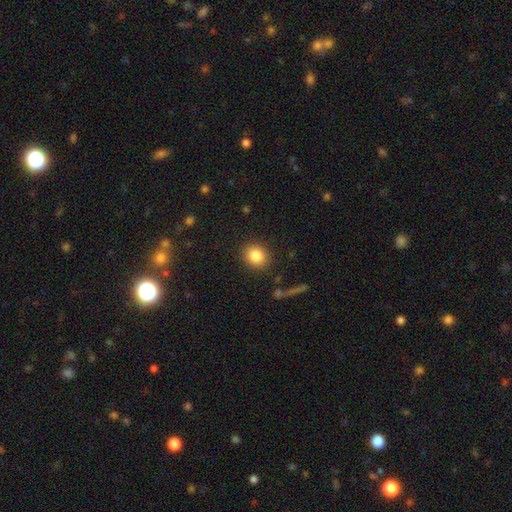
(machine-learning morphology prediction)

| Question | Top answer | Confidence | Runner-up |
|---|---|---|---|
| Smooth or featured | smooth | 84% | star or artifact (9%) |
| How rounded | round | 76% | in between (23%) |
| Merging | none | 89% | minor disturbance (7%) |